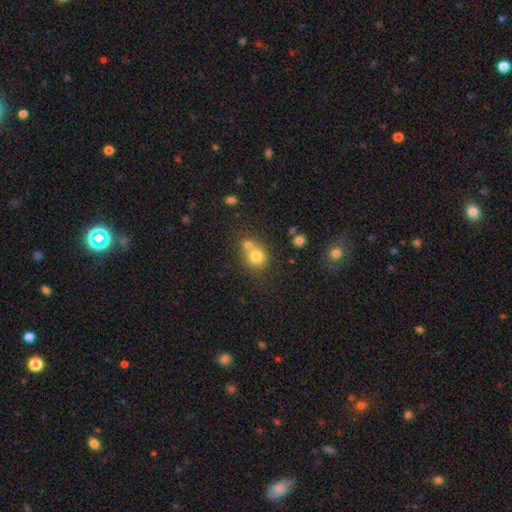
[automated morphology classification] type=smooth (77%); roundness=round (78%); merging=none (45%).